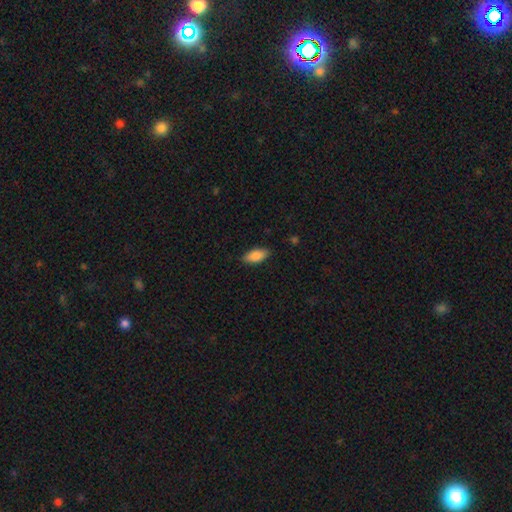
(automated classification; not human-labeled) smooth 85%, featured or disk 8%, star or artifact 6%. Down the decision tree: how rounded — in between (87%); merging — none (86%).